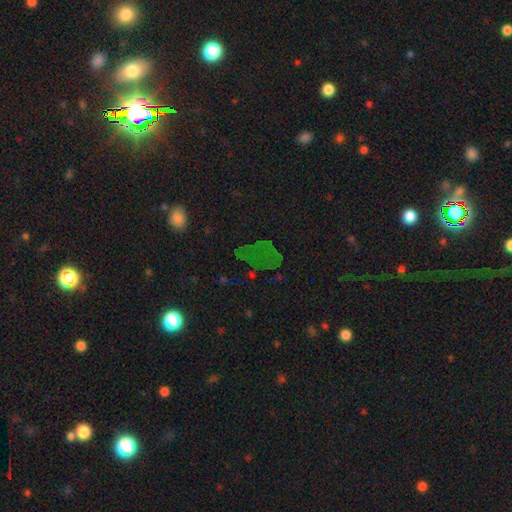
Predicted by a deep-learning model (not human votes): smooth-or-featured: star or artifact: 63% | smooth: 23% | featured or disk: 14%